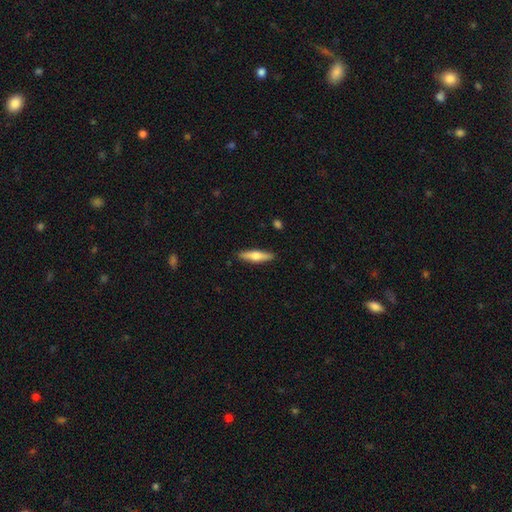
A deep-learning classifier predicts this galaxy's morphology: smooth-or-featured: smooth: 55% | featured or disk: 40% | star or artifact: 5%
  how-rounded: cigar-shaped: 75% | in between: 23% | round: 2%
  merging: none: 90% | minor disturbance: 7% | major disturbance: 2% | merger: 1%